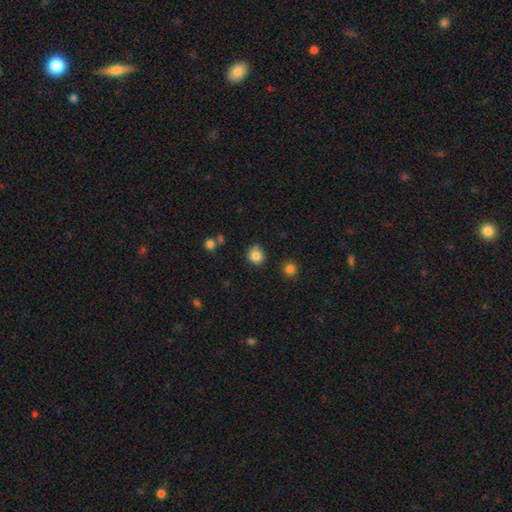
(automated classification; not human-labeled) Smooth or featured?
  - smooth: 83% *
  - star or artifact: 11%
  - featured or disk: 5%
How rounded?
  - round: 81% *
  - in between: 18%
  - cigar-shaped: 1%
Merging?
  - none: 75% *
  - minor disturbance: 17%
  - merger: 4%
  - major disturbance: 4%